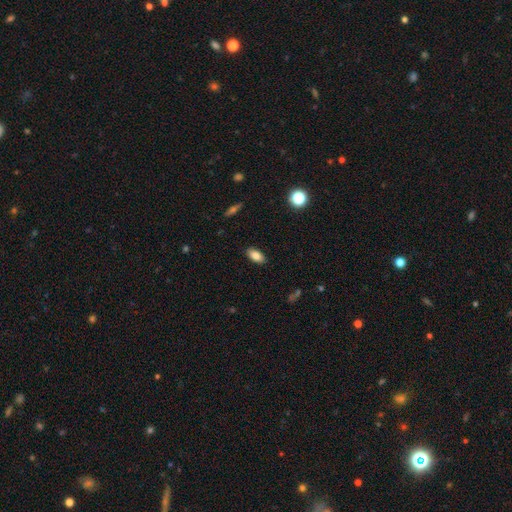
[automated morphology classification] This is clearly a smooth galaxy (83%). How rounded: clearly in between (90%). Merging: clearly none (88%).